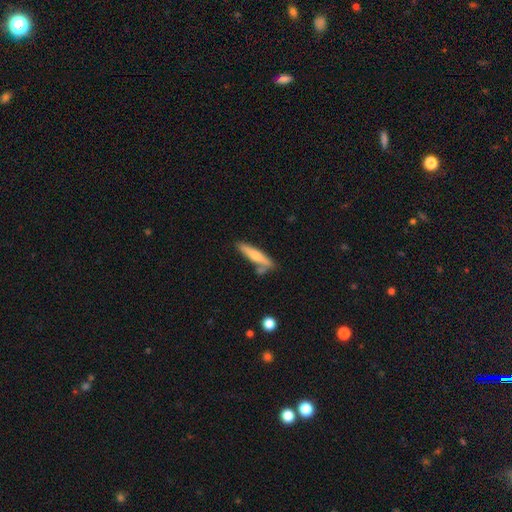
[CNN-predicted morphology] The model was most divided on "smooth or featured": smooth: 62%, featured or disk: 33%, star or artifact: 6%. More confident: how rounded — cigar-shaped (86%); merging — none (68%).